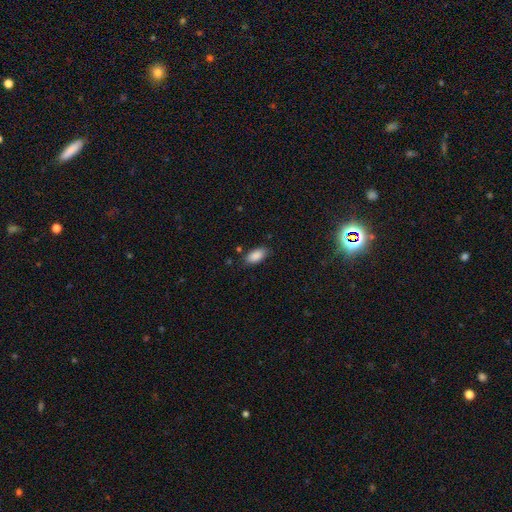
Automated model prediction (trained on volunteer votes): This appears to be a smooth galaxy with no disk features (89%) that is in between round and cigar-shaped (92%). Merging: none (83%).